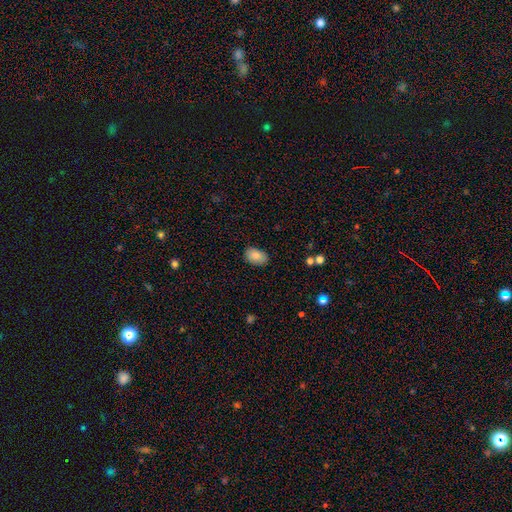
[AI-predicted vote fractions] A smooth galaxy with no disk features (87%) that is in between round and cigar-shaped (89%). Merging: none (85%).